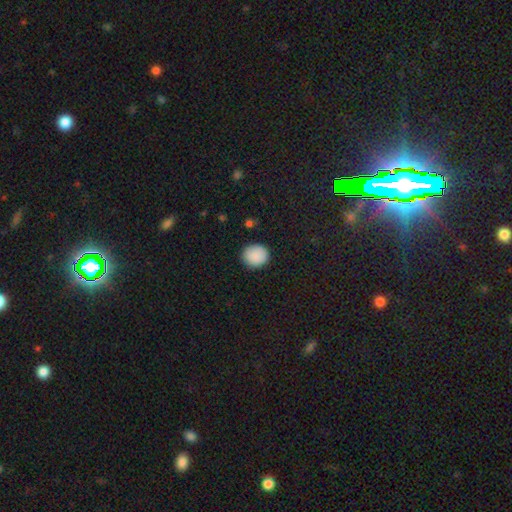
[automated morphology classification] This is clearly a smooth galaxy (88%). How rounded: clearly round (84%). Merging: clearly none (87%).